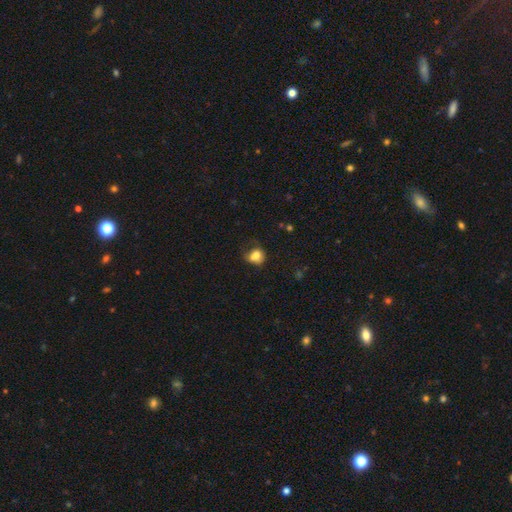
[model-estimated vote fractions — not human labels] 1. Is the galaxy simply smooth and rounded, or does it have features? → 76% smooth, 13% featured or disk, 11% star or artifact.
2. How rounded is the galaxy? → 57% round, 42% in between, 1% cigar-shaped.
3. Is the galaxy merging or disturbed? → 44% none, 29% minor disturbance, 16% major disturbance, 11% merger.